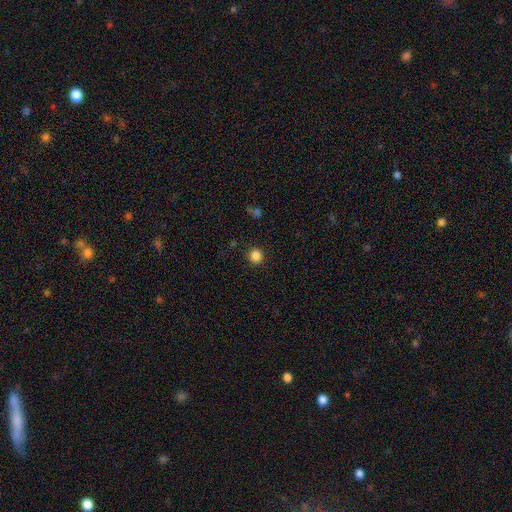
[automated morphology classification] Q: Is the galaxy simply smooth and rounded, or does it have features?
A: smooth — 85%.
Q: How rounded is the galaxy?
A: round — 90%.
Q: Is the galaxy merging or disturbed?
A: none — 91%.